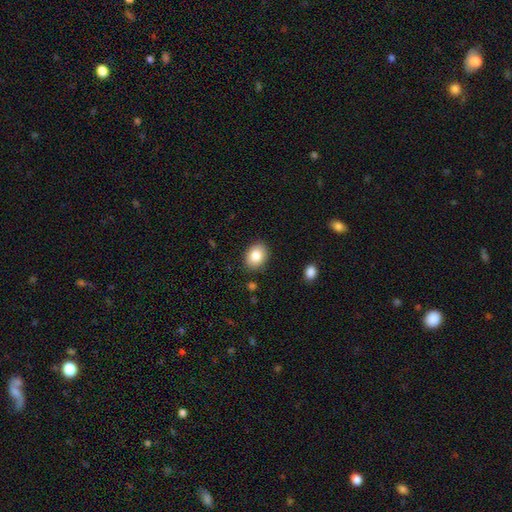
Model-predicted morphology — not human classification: Smooth or featured? Predicted: smooth (p=0.84). How rounded? Predicted: in between (p=0.66). Merging? Predicted: none (p=0.88).